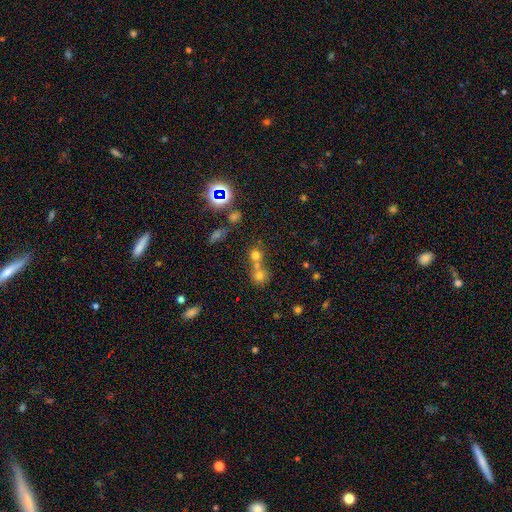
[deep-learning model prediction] Overall: smooth (63%; star or artifact 25%). How rounded: round (86%). Merging: none (46%; merger 45%).